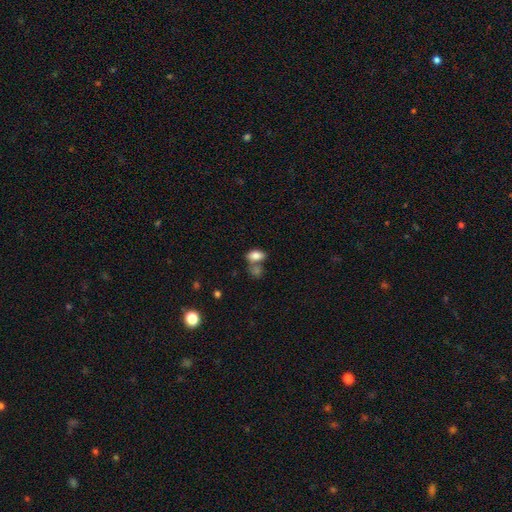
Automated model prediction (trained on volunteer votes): Q: Smooth or featured?
A: smooth (82%); runner-up: star or artifact (9%)
Q: How rounded?
A: in between (88%); runner-up: round (10%)
Q: Merging?
A: none (48%); runner-up: merger (34%)